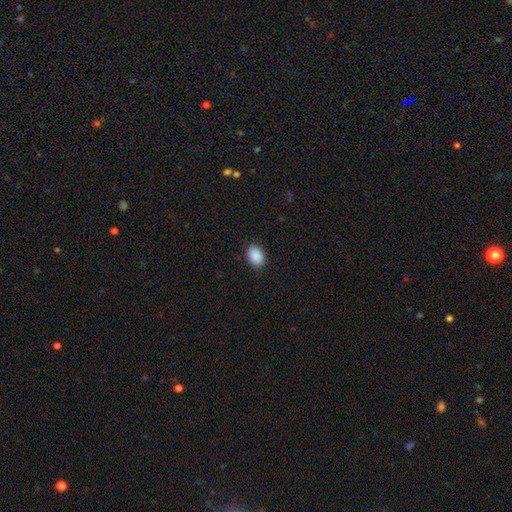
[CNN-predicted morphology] A smooth galaxy with no disk features (90%) that is in between round and cigar-shaped (81%). Merging: none (88%).